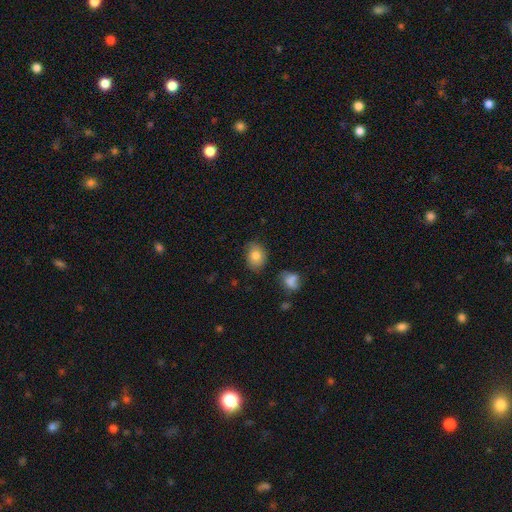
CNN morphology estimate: This is likely a smooth galaxy (78%). How rounded: possibly in between (60%). Merging: likely none (75%).